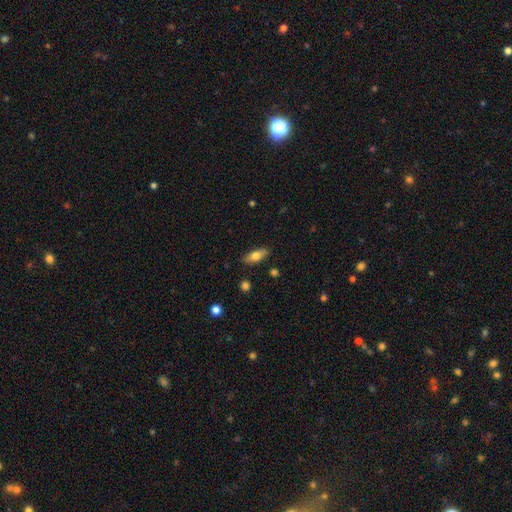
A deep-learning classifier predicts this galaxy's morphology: Smooth or featured? Predicted: smooth (p=0.73). How rounded? Predicted: in between (p=0.74). Merging? Predicted: none (p=0.85).